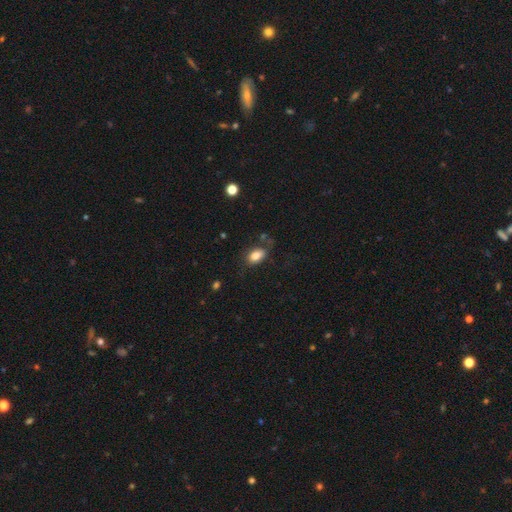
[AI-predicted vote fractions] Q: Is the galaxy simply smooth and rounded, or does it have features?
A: smooth — 82%.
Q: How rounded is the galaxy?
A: in between — 87%.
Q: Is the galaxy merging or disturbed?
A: none — 68%.